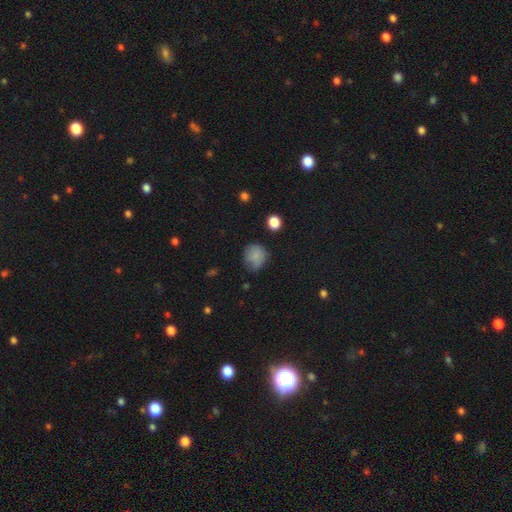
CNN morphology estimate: A smooth galaxy with no disk features (78%) that is round (78%).

Vote fractions:
- Smooth or featured? smooth: 78% / featured or disk: 12% / star or artifact: 11%
- How rounded? round: 78% / in between: 21% / cigar-shaped: 1%
- Merging? none: 55% / minor disturbance: 32% / major disturbance: 10% / merger: 2%